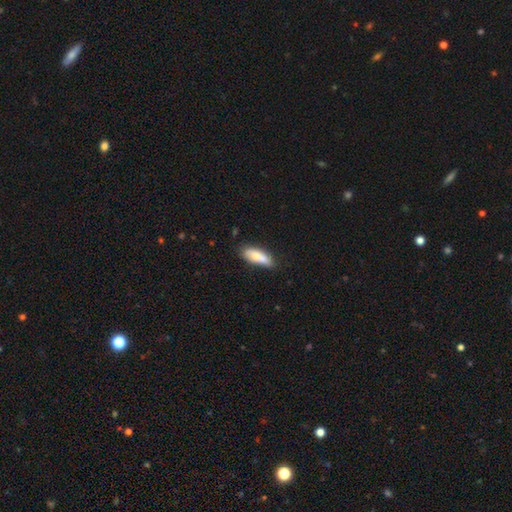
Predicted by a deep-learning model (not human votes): smooth 79%, featured or disk 15%, star or artifact 6%. Down the decision tree: how rounded — in between (61%); merging — none (65%).